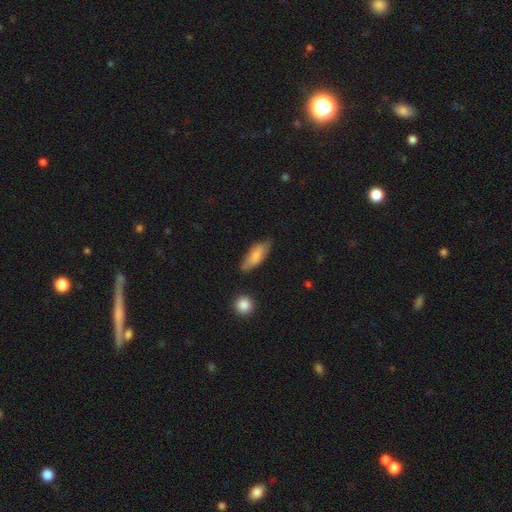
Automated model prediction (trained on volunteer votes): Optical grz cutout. It shows a smooth galaxy with no disk features (74%) that is in between round and cigar-shaped (66%). Merging: none (67%).